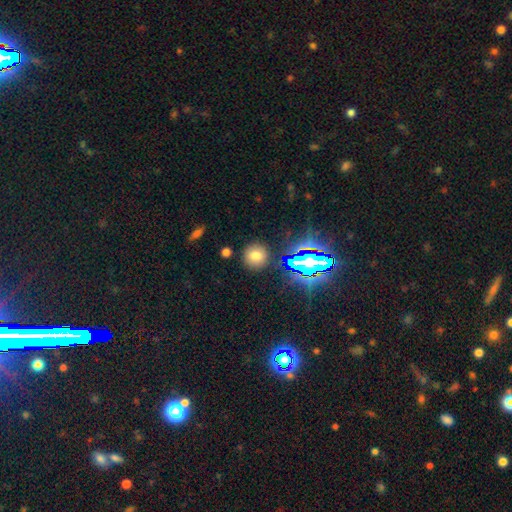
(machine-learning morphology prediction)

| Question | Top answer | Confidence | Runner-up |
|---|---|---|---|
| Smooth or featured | smooth | 70% | star or artifact (21%) |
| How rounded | round | 91% | in between (8%) |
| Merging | none | 88% | minor disturbance (7%) |